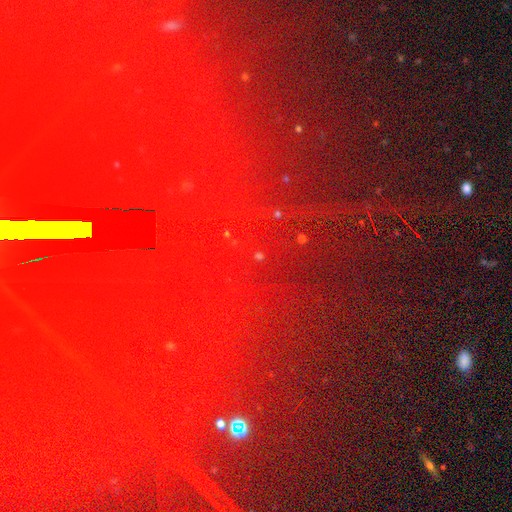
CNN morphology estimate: This is clearly a star or artifact rather than a galaxy (83%).